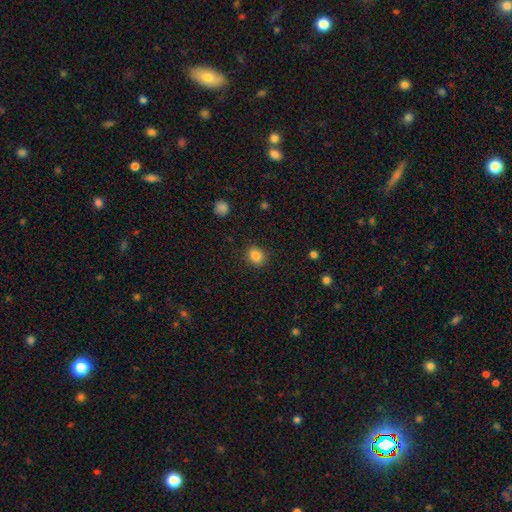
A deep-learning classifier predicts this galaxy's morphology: smooth_or_featured: smooth (p=0.85) [alt: star or artifact p=0.10]
how_rounded: round (p=0.64) [alt: in between p=0.35]
merging: none (p=0.87) [alt: minor disturbance p=0.09]